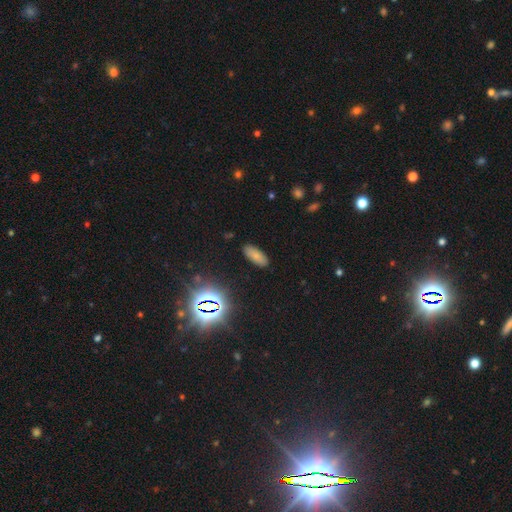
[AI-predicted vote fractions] Overall: smooth (75%). How rounded: in between (79%). Merging: none (87%).